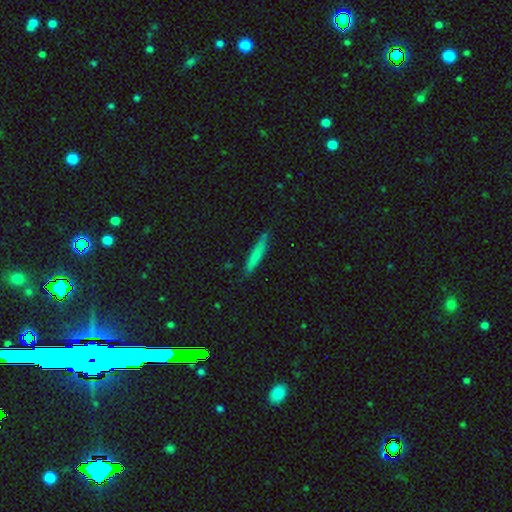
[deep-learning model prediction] Smooth or featured? smooth (73%)
How rounded? cigar-shaped (92%)
Merging? none (84%)